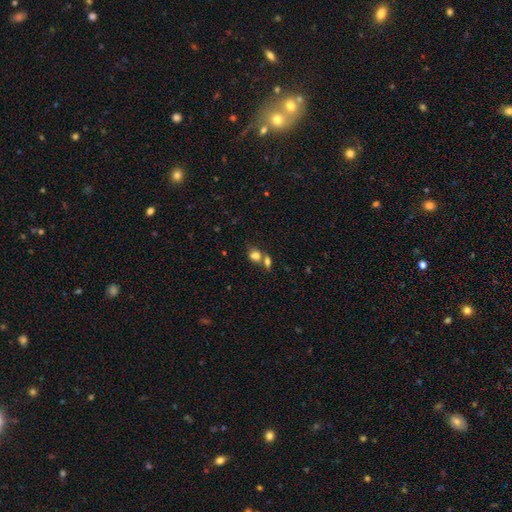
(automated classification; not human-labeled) This appears to be a smooth galaxy with no disk features (76%) that is in between round and cigar-shaped (56%). Merging: merger (51%).